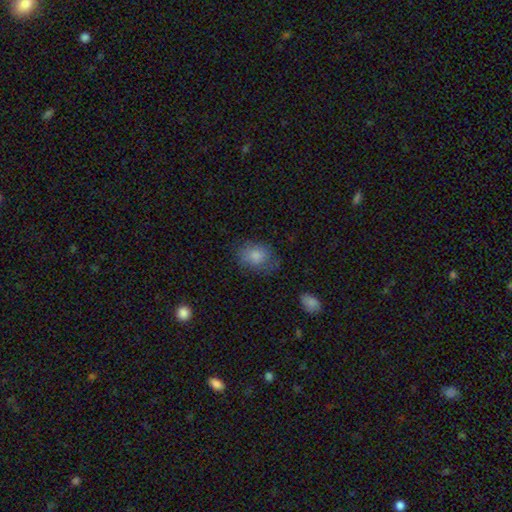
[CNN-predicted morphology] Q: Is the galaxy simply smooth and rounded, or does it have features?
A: smooth — 82%.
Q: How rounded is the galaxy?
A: in between — 61%.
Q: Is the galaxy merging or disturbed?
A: none — 64%.